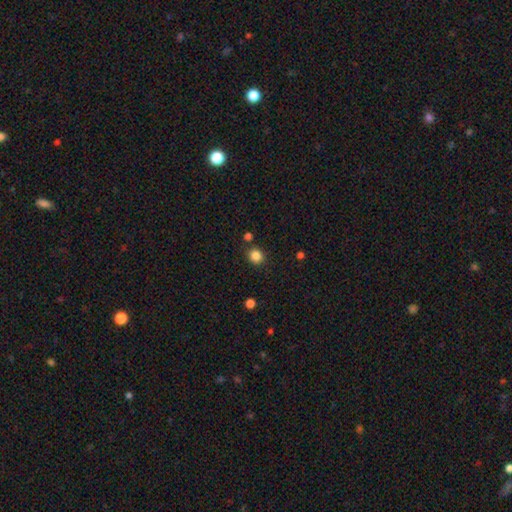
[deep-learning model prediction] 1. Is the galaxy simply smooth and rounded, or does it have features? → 85% smooth, 11% star or artifact, 4% featured or disk.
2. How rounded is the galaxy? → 84% round, 15% in between, 1% cigar-shaped.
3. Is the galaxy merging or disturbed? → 85% none, 8% minor disturbance, 4% merger, 2% major disturbance.